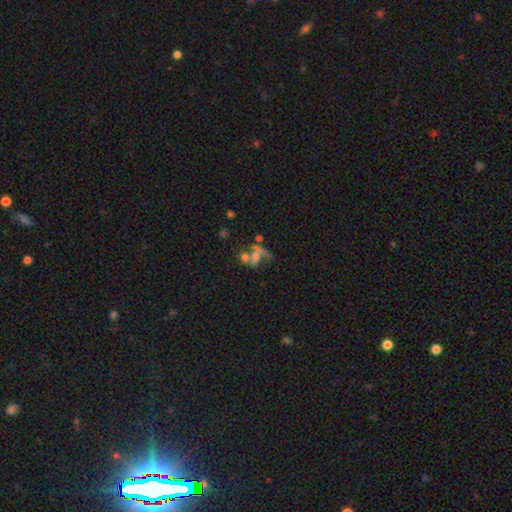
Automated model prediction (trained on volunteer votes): This is marginally a smooth galaxy (44%). Merging: possibly merger (46%).